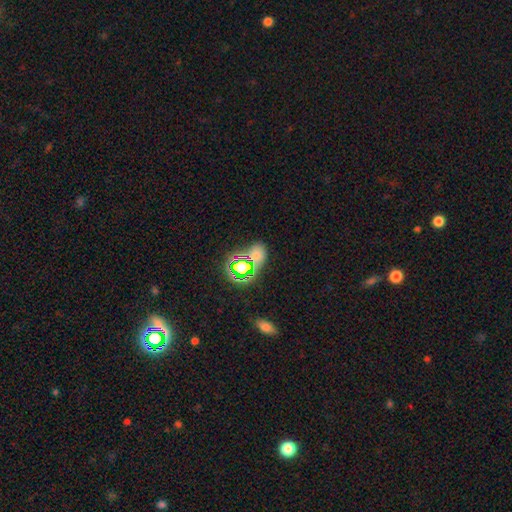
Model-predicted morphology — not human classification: smooth-or-featured: smooth: 51% | star or artifact: 40% | featured or disk: 9%
  how-rounded: in between: 52% | round: 46% | cigar-shaped: 2%
  merging: none: 63% | merger: 18% | minor disturbance: 13% | major disturbance: 6%